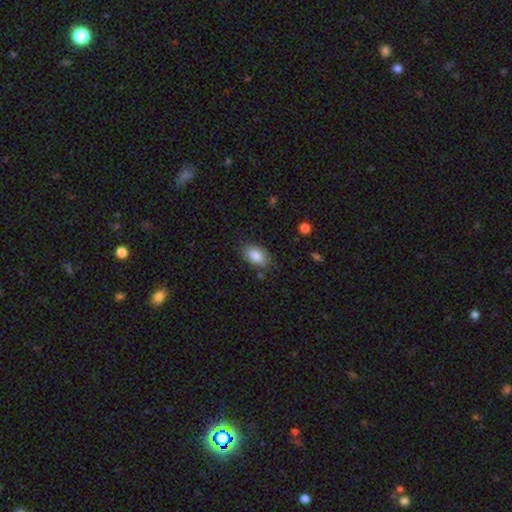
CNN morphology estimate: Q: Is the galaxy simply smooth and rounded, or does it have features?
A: smooth — 86%.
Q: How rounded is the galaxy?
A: in between — 92%.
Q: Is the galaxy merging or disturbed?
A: none — 81%.